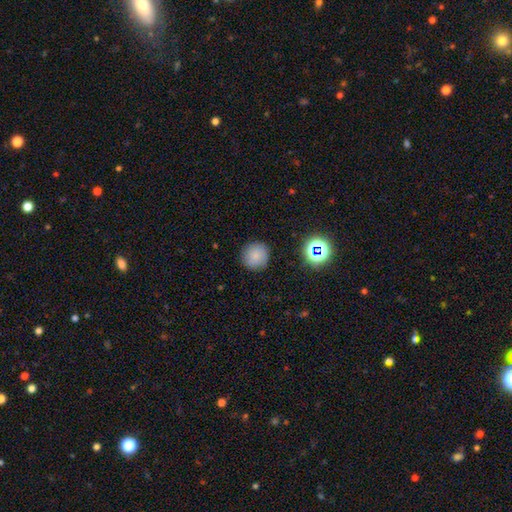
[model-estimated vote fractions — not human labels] This is likely a smooth galaxy (77%). How rounded: clearly round (93%). Merging: clearly none (86%).